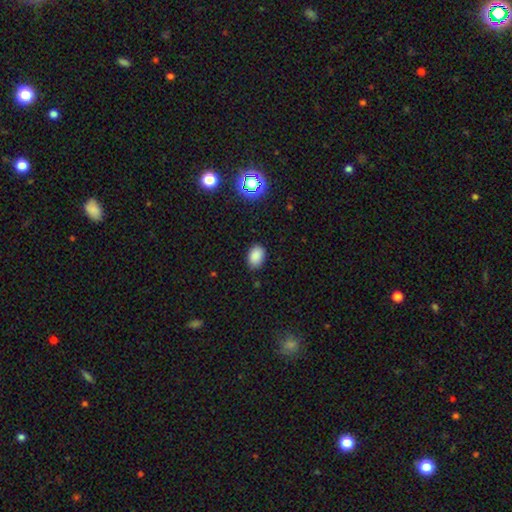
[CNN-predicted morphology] smooth_or_featured: smooth (p=0.85) [alt: star or artifact p=0.11]
how_rounded: in between (p=0.82) [alt: round p=0.17]
merging: none (p=0.84) [alt: minor disturbance p=0.12]